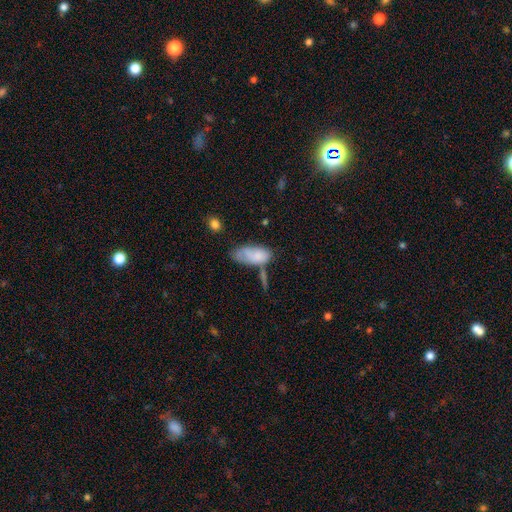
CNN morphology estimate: type=smooth (73%); roundness=in between (91%); merging=none (35%).